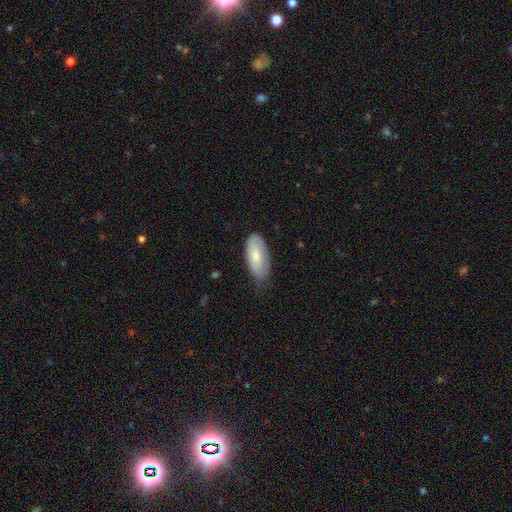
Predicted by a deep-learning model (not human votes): This appears to be a smooth galaxy with no disk features (72%) that is in between round and cigar-shaped (89%). Merging: none (63%).